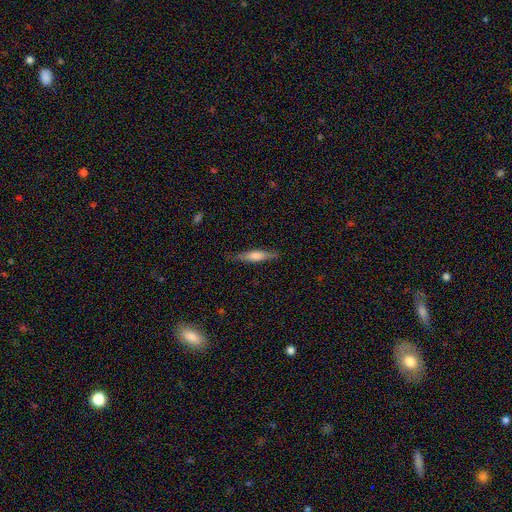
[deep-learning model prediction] smooth-or-featured: smooth: 48% | featured or disk: 46% | star or artifact: 6%
  merging: none: 83% | minor disturbance: 13% | major disturbance: 3% | merger: 1%